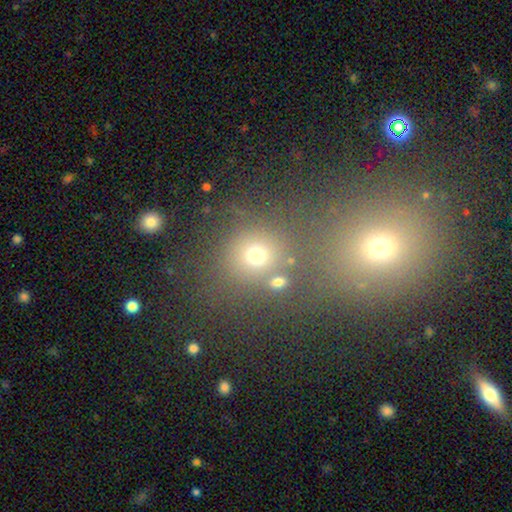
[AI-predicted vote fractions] Smooth or featured? smooth (67%)
How rounded? round (83%)
Merging? none (64%)